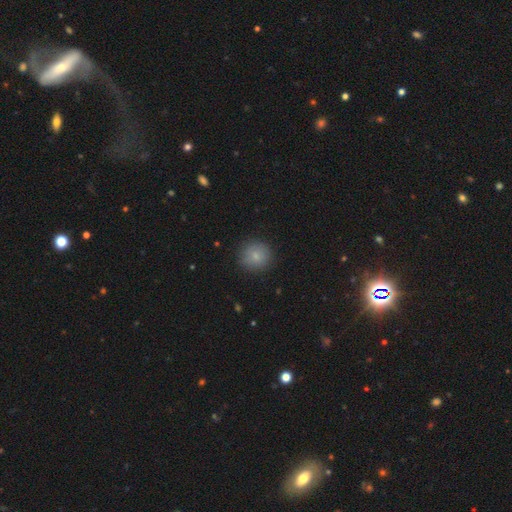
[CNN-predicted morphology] smooth_or_featured: smooth (p=0.82) [alt: star or artifact p=0.09]
how_rounded: round (p=0.92) [alt: in between p=0.07]
merging: none (p=0.88) [alt: minor disturbance p=0.08]